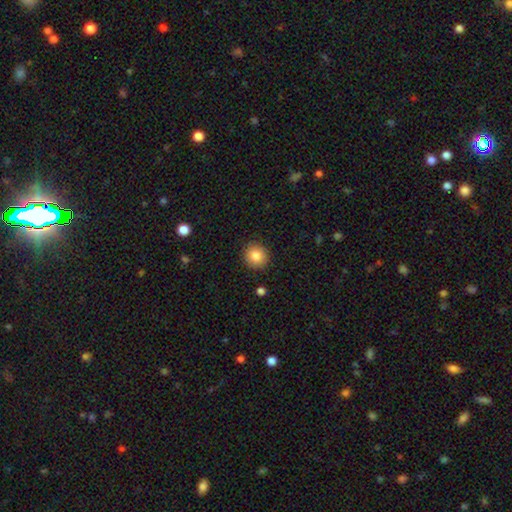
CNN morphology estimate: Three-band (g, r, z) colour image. It shows a smooth galaxy with no disk features (84%) that is round (90%). Merging: none (90%).